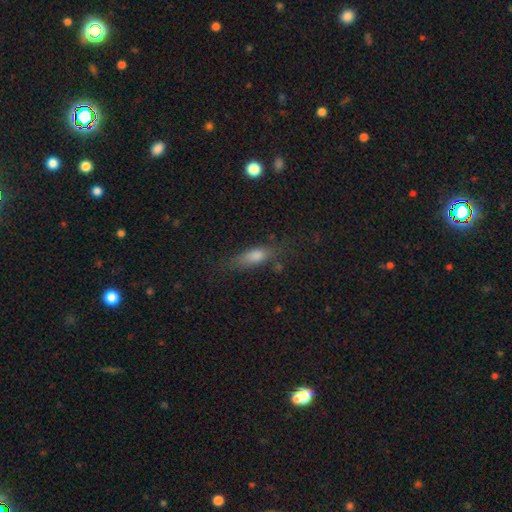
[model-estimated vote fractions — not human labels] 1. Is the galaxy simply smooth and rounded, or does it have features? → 67% smooth, 22% featured or disk, 11% star or artifact.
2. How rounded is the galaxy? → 50% cigar-shaped, 46% in between, 4% round.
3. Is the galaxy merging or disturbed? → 70% none, 19% minor disturbance, 8% major disturbance, 3% merger.